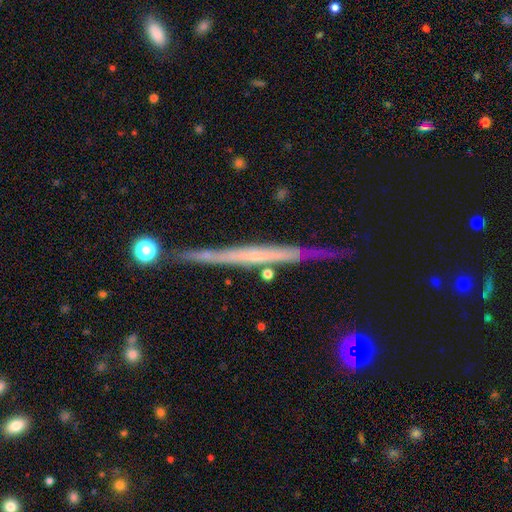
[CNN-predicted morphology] This appears to be a featured or disk galaxy (72%) viewed edge-on (97%) with no central bulge (79%). Merging: none (84%).